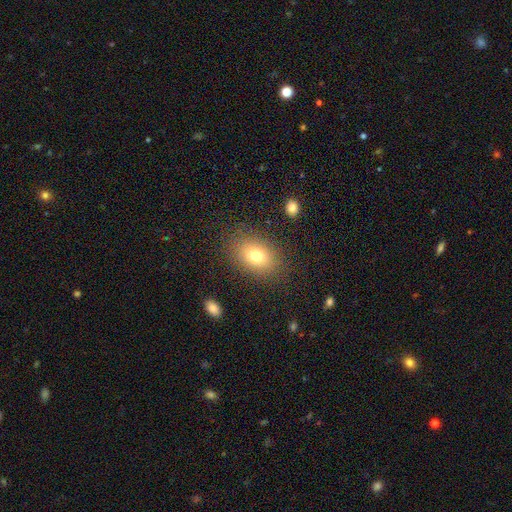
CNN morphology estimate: Q: Smooth or featured?
A: smooth (76%); runner-up: featured or disk (12%)
Q: How rounded?
A: in between (74%); runner-up: round (25%)
Q: Merging?
A: none (84%); runner-up: minor disturbance (10%)